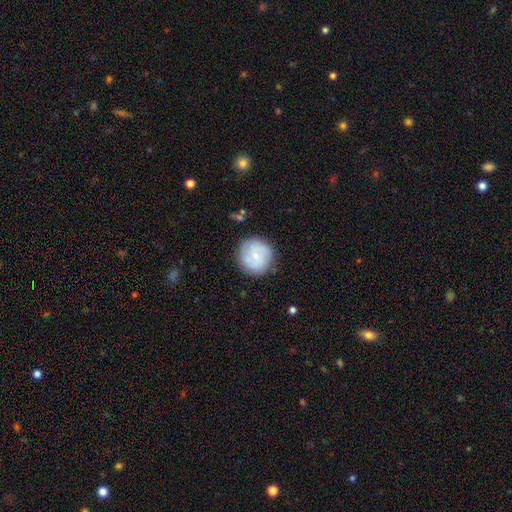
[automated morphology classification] Smooth or featured?
  - smooth: 52% *
  - featured or disk: 41%
  - star or artifact: 7%
How rounded?
  - round: 94% *
  - in between: 5%
  - cigar-shaped: 1%
Merging?
  - none: 83% *
  - minor disturbance: 12%
  - major disturbance: 4%
  - merger: 2%